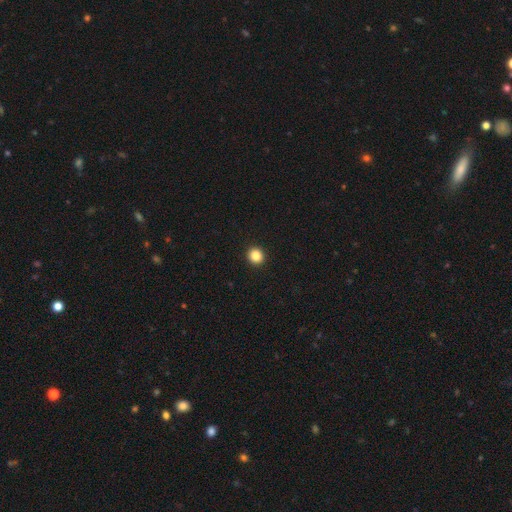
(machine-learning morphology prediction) A smooth galaxy with no disk features (86%) that is round (90%).

Vote fractions:
- Smooth or featured? smooth: 86% / star or artifact: 11% / featured or disk: 4%
- How rounded? round: 90% / in between: 9% / cigar-shaped: 1%
- Merging? none: 94% / minor disturbance: 4% / major disturbance: 1% / merger: 1%